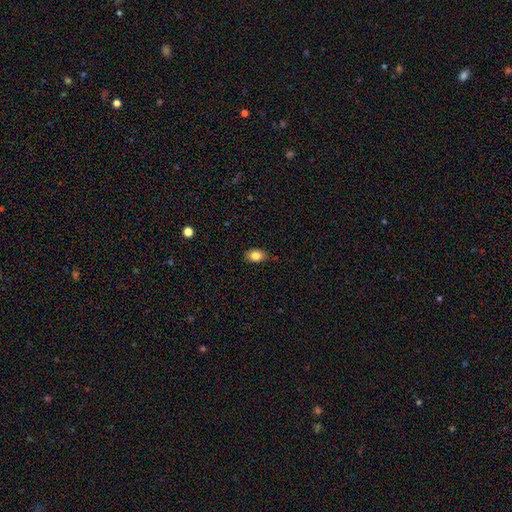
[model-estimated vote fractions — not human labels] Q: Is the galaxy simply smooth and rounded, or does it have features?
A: smooth — 84%.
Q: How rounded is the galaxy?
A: in between — 81%.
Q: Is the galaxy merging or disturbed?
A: none — 84%.